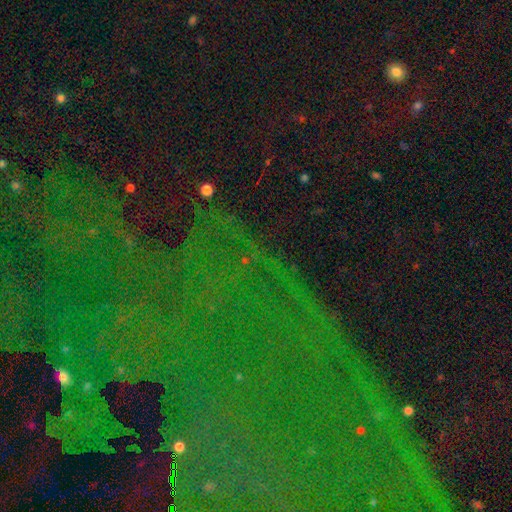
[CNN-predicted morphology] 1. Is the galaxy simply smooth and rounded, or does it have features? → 83% star or artifact, 8% smooth, 8% featured or disk.